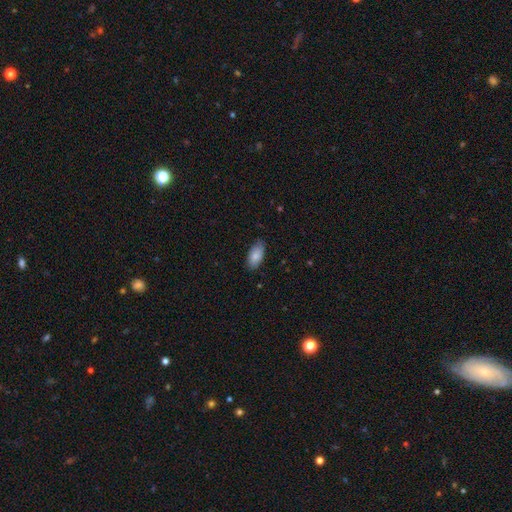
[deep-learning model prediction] This appears to be a smooth galaxy with no disk features (85%) that is in between round and cigar-shaped (93%). Merging: none (80%).